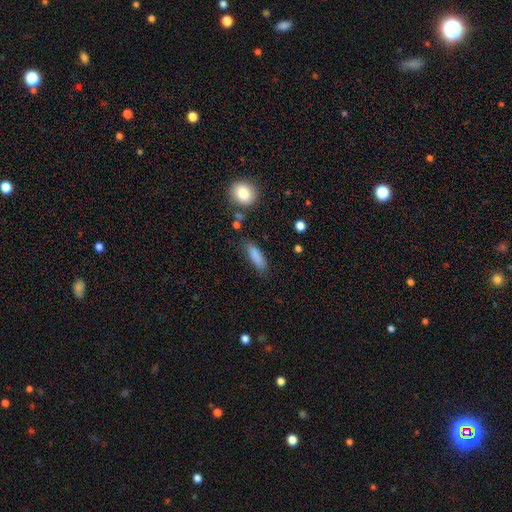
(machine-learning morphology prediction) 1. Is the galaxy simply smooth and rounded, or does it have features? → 85% smooth, 8% star or artifact, 7% featured or disk.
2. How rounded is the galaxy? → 50% cigar-shaped, 48% in between, 3% round.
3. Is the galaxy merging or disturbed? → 76% none, 16% minor disturbance, 5% major disturbance, 3% merger.